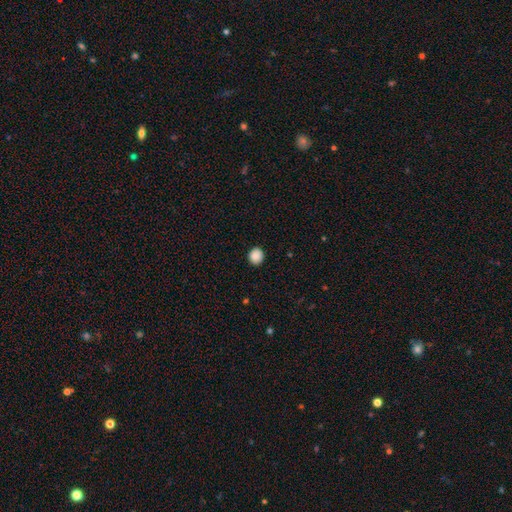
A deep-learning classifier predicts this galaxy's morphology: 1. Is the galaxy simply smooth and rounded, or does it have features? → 89% smooth, 9% star or artifact, 2% featured or disk.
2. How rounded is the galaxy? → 82% round, 17% in between, 1% cigar-shaped.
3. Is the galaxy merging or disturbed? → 91% none, 6% minor disturbance, 2% major disturbance, 1% merger.